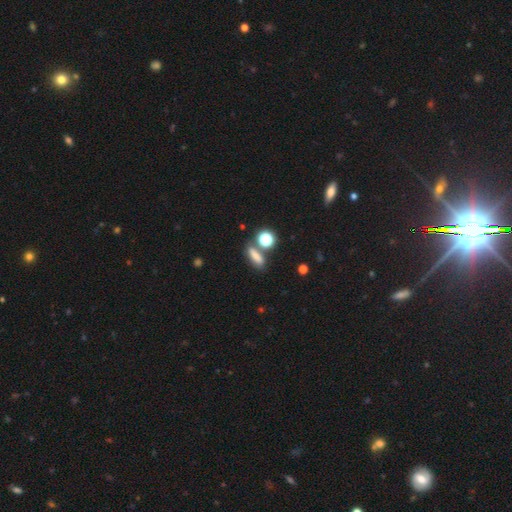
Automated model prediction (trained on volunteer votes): smooth 73%, star or artifact 15%, featured or disk 12%. Down the decision tree: how rounded — in between (45%); merging — none (61%).